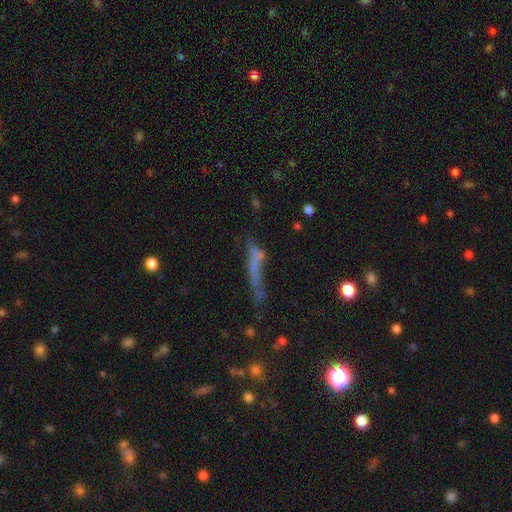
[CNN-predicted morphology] Q: Smooth or featured?
A: smooth (46%); runner-up: featured or disk (35%)
Q: Merging?
A: none (35%); runner-up: major disturbance (30%)